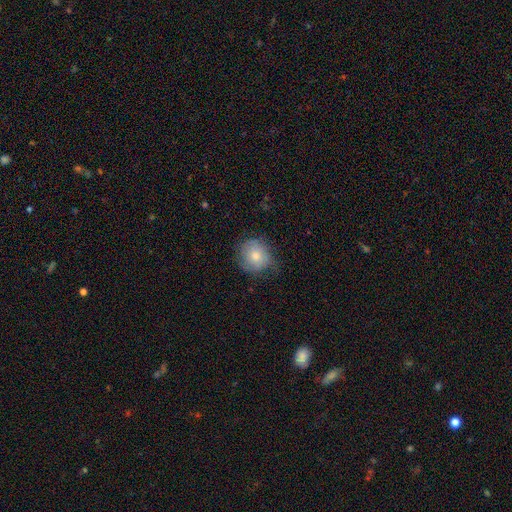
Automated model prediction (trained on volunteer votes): Smooth or featured? smooth (76%)
How rounded? round (87%)
Merging? none (66%)